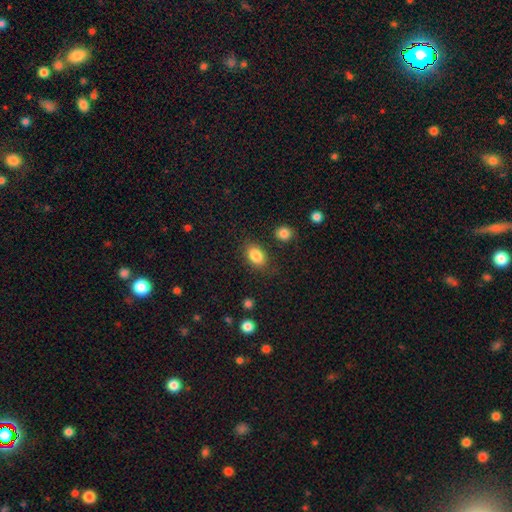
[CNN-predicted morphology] Smooth or featured: smooth — 86% (star or artifact — 8%)
How rounded: in between — 83% (round — 16%)
Merging: none — 81% (minor disturbance — 12%)